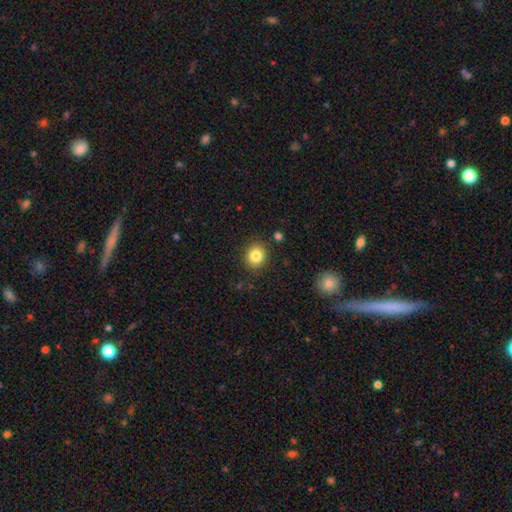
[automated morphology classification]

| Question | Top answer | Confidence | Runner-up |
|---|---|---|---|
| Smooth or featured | smooth | 83% | star or artifact (11%) |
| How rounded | round | 82% | in between (18%) |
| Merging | none | 88% | minor disturbance (8%) |